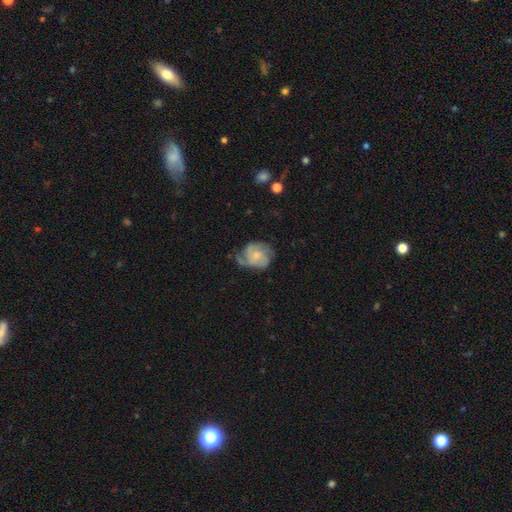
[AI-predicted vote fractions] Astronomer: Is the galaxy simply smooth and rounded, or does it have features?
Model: featured or disk — 66%.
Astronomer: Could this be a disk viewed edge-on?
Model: no — 98%.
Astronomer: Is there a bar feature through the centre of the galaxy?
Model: no — 71%.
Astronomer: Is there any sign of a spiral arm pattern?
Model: yes — 88%.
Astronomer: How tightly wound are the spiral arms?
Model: medium — 42% (runner-up: tight, 39%).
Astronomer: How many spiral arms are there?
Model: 3 — 30% (runner-up: 2, 29%).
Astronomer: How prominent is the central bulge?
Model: small — 44% (runner-up: moderate, 43%).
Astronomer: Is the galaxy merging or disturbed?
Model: none — 50% (runner-up: minor disturbance, 29%).